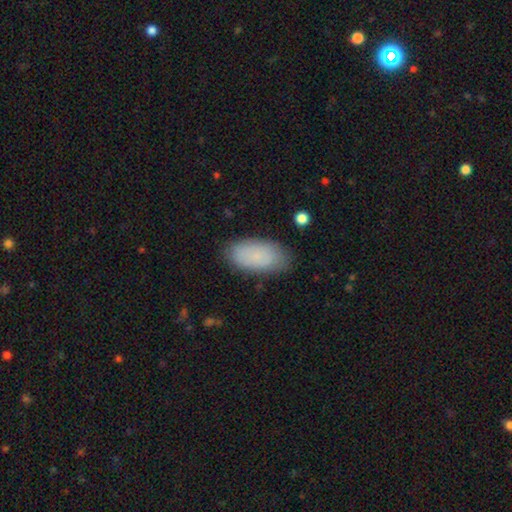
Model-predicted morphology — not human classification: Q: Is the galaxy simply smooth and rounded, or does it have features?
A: smooth — 84%.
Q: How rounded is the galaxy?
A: in between — 94%.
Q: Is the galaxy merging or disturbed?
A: none — 81%.